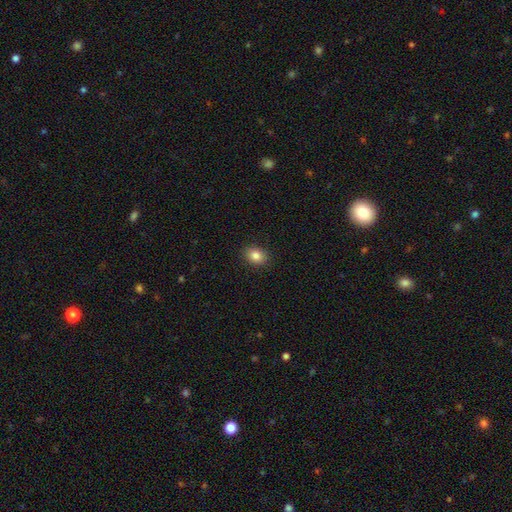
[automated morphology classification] This appears to be a smooth galaxy with no disk features (84%) that is in between round and cigar-shaped (59%). Merging: none (90%).